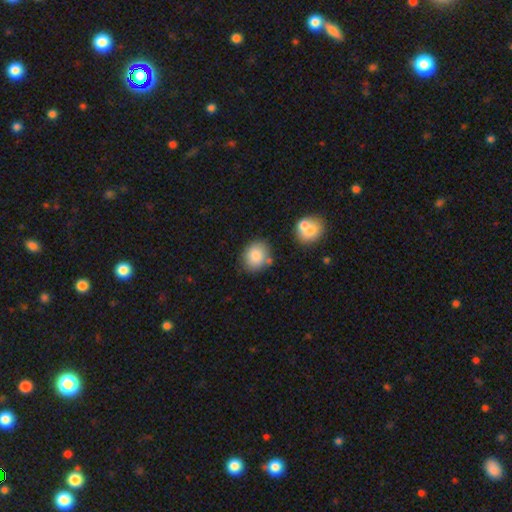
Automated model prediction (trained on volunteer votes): smooth 85%, star or artifact 8%, featured or disk 7%. Down the decision tree: how rounded — round (55%); merging — none (74%).